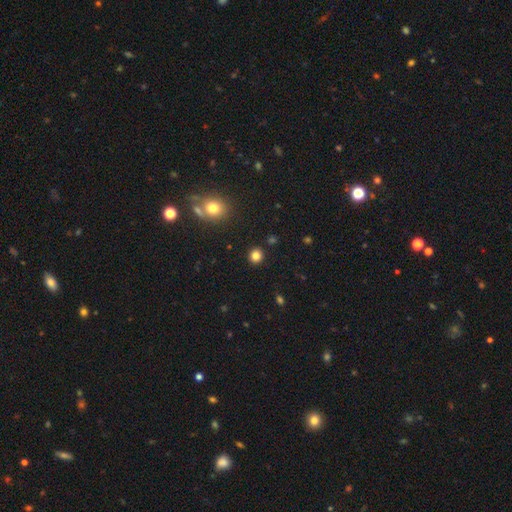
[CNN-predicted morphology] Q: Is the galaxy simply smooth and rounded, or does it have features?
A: smooth — 82%.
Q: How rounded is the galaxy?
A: round — 87%.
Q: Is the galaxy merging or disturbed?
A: none — 91%.